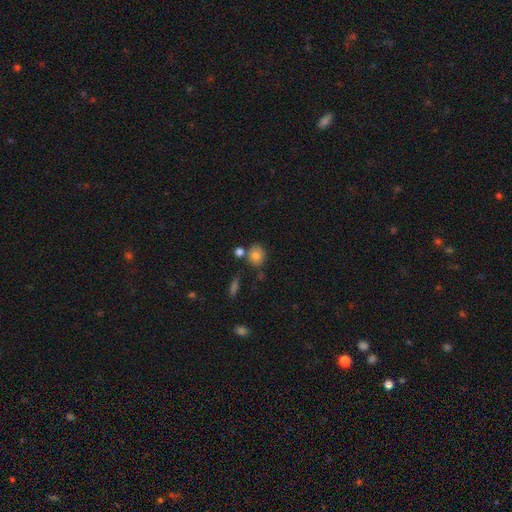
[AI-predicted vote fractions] Morphology: type=smooth (77%); roundness=round (76%); merging=none (66%).